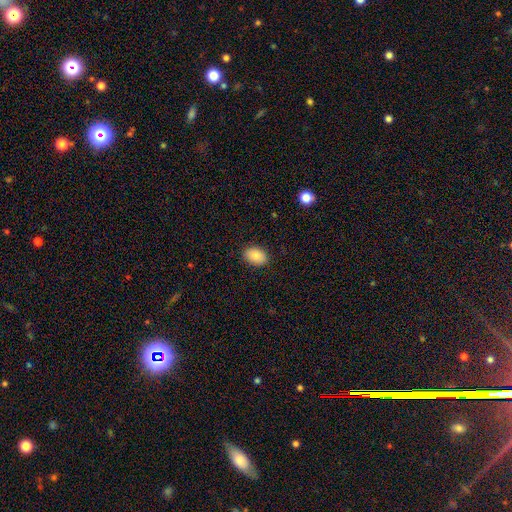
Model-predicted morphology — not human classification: smooth-or-featured: smooth: 87% | star or artifact: 7% | featured or disk: 5%
  how-rounded: in between: 84% | round: 15% | cigar-shaped: 1%
  merging: none: 89% | minor disturbance: 8% | major disturbance: 2% | merger: 1%